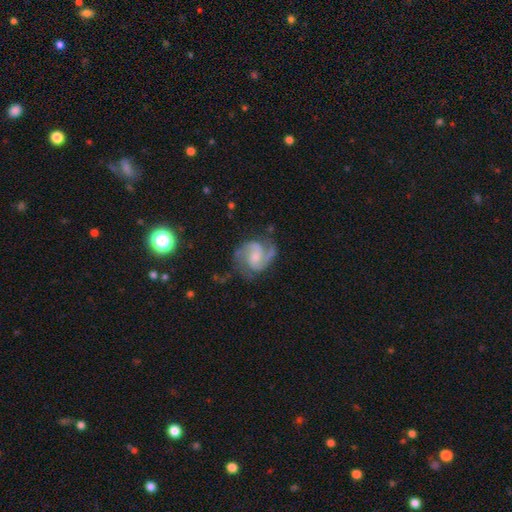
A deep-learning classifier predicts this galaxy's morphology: Overall: featured or disk (86%). Edge-on disk: no (98%). Bar: no (46%; weak 45%). Spiral arms: yes (97%). Spiral arm count: 2 (79%). Spiral winding: medium (57%; tight 25%). Bulge size: moderate (39%; small 38%). Merging: none (65%).